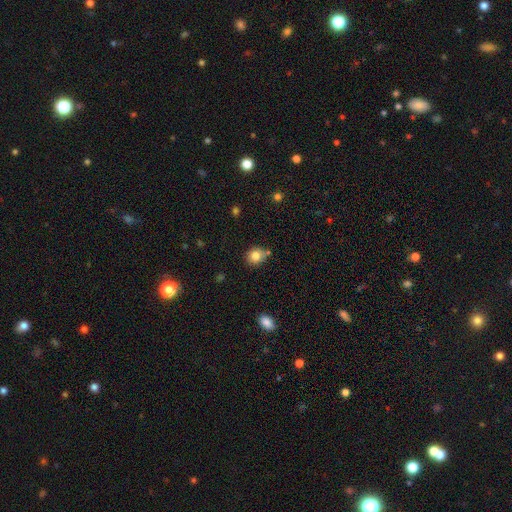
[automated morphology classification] The model was most divided on "merging": none: 71%, minor disturbance: 17%, merger: 9%, major disturbance: 3%. More confident: smooth or featured — smooth (81%); how rounded — round (78%).